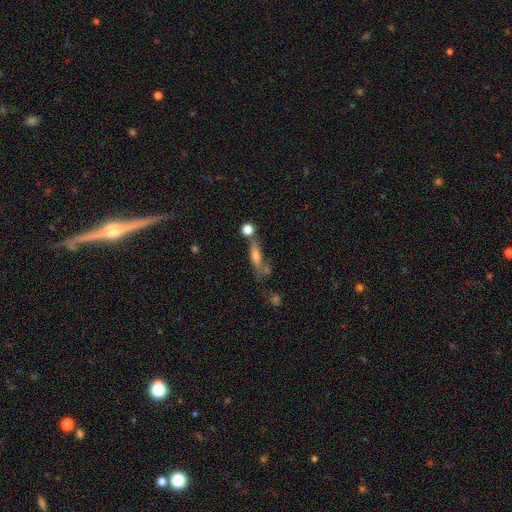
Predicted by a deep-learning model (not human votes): A smooth galaxy with no disk features (47%).

Vote fractions:
- Smooth or featured? smooth: 47% / featured or disk: 38% / star or artifact: 15%
- Merging? none: 51% / merger: 19% / minor disturbance: 17% / major disturbance: 12%